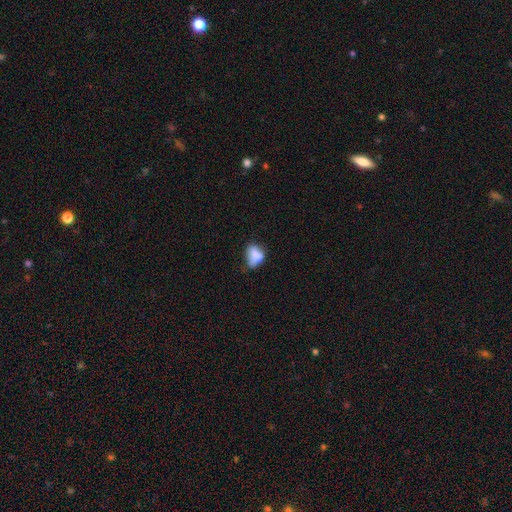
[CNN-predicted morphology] smooth 70%, featured or disk 19%, star or artifact 10%. Down the decision tree: how rounded — in between (76%); merging — minor disturbance (35%).